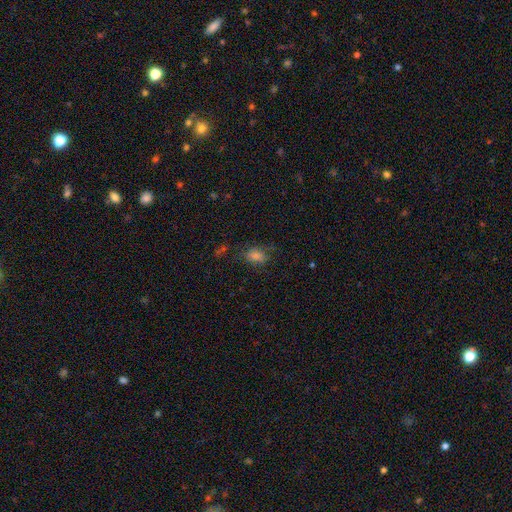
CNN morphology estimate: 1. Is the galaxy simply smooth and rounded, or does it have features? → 68% smooth, 21% star or artifact, 11% featured or disk.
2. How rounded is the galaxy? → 76% in between, 21% round, 3% cigar-shaped.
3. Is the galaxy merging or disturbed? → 64% none, 21% minor disturbance, 12% major disturbance, 3% merger.